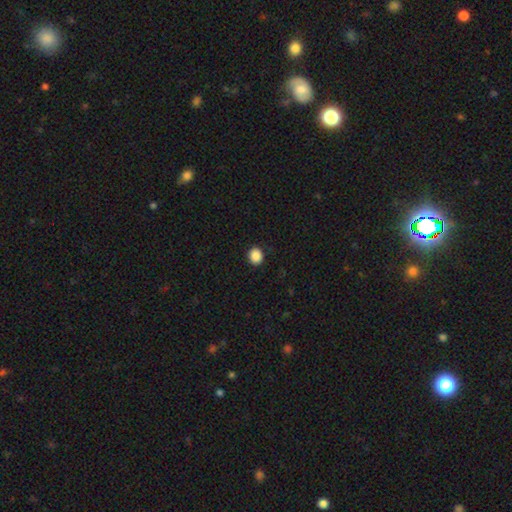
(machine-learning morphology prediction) This appears to be a smooth galaxy with no disk features (89%) that is round (74%). Merging: none (90%).